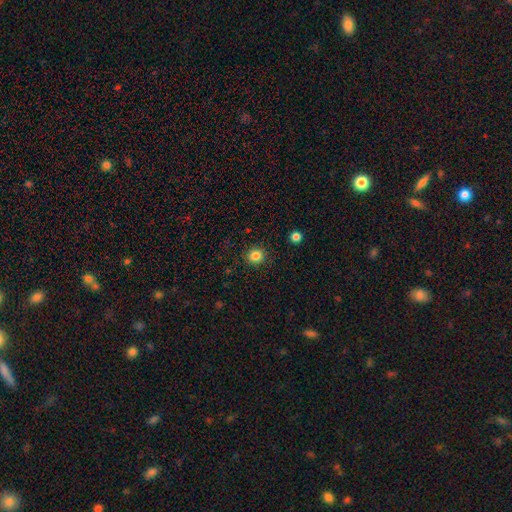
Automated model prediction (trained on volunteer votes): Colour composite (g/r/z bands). It shows a smooth galaxy with no disk features (83%) that is round (85%). Merging: none (90%).